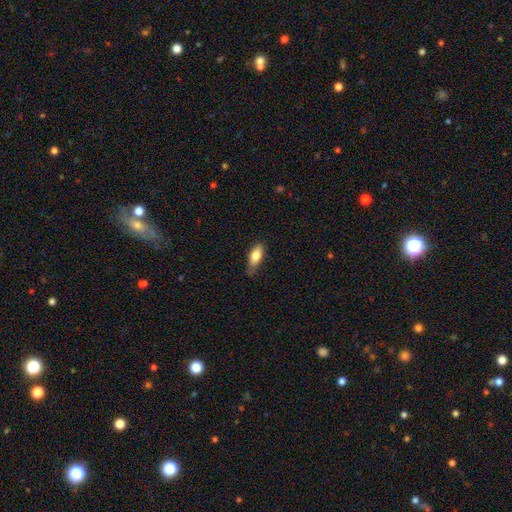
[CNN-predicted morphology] smooth_or_featured: smooth (p=0.78) [alt: featured or disk p=0.15]
how_rounded: in between (p=0.78) [alt: cigar-shaped p=0.20]
merging: none (p=0.65) [alt: minor disturbance p=0.28]